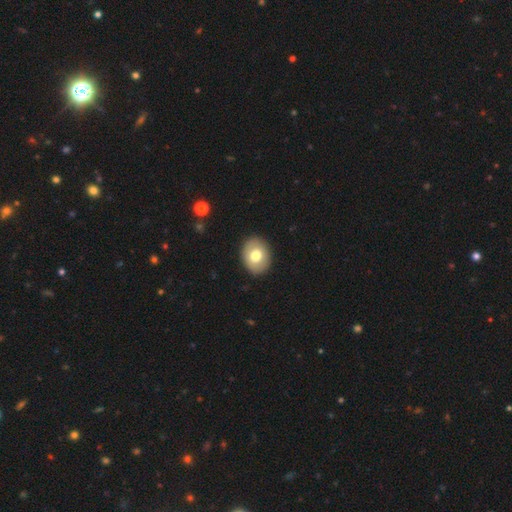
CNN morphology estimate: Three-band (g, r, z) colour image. It shows a smooth galaxy with no disk features (72%) that is in between round and cigar-shaped (58%). Merging: none (89%).